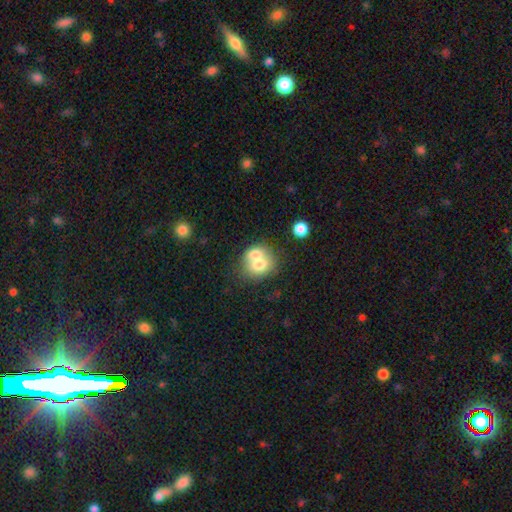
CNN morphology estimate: A smooth galaxy with no disk features (69%) that is round (63%). Merging: merger (65%).